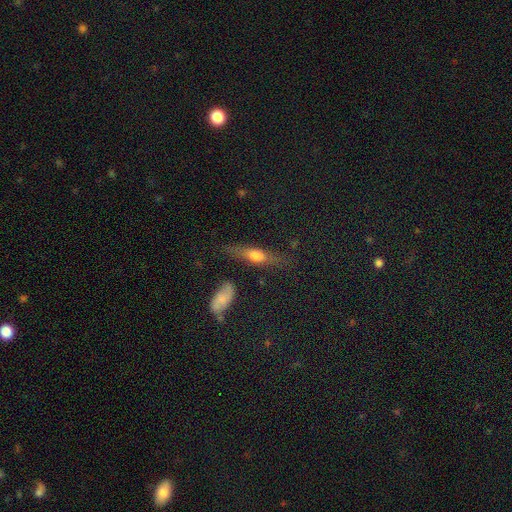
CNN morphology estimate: Smooth or featured? smooth (48%)
Merging? none (70%)